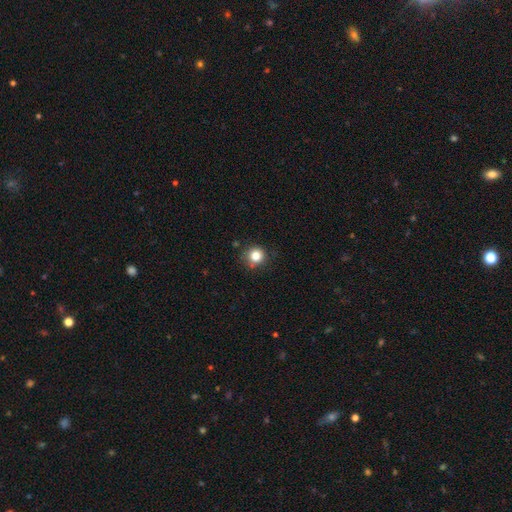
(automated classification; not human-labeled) Q: Smooth or featured?
A: smooth (82%); runner-up: star or artifact (12%)
Q: How rounded?
A: round (91%); runner-up: in between (8%)
Q: Merging?
A: none (81%); runner-up: minor disturbance (13%)